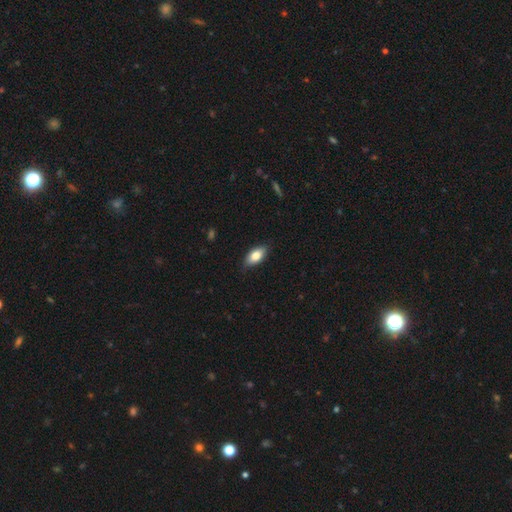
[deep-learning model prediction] Morphology: type=smooth (80%); roundness=in between (89%); merging=none (84%).